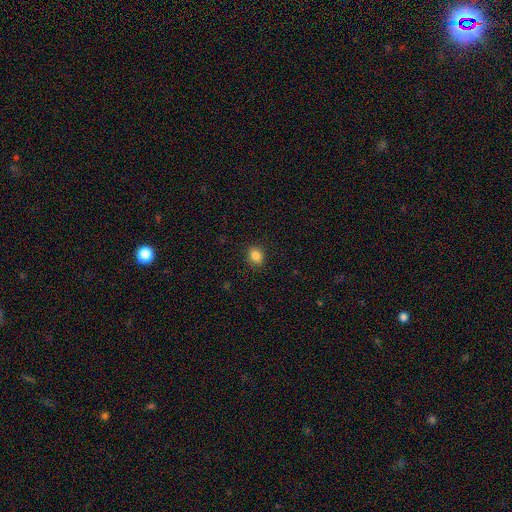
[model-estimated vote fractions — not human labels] Smooth or featured? smooth (85%)
How rounded? round (53%)
Merging? none (90%)